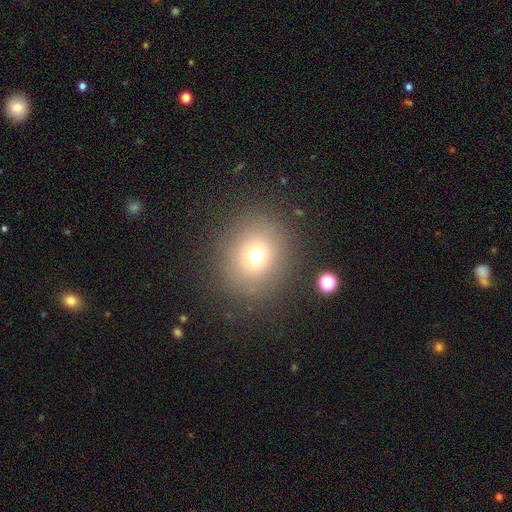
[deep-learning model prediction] smooth 72%, star or artifact 17%, featured or disk 11%. Down the decision tree: how rounded — round (81%); merging — none (86%).